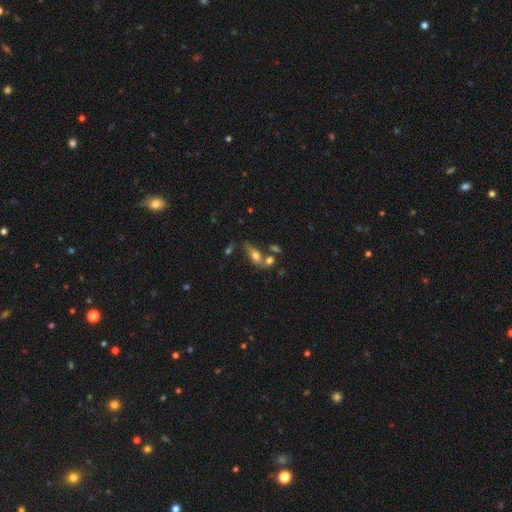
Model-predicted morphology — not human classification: A smooth galaxy with no disk features (59%) that is in between round and cigar-shaped (71%). Merging: none (47%).